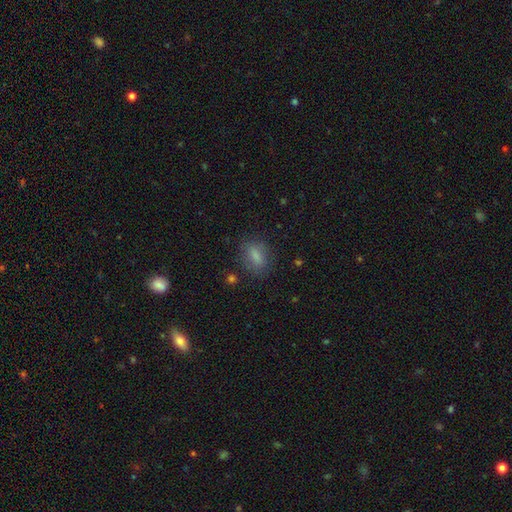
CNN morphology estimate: This is likely a smooth galaxy (79%). How rounded: likely in between (75%). Merging: likely none (77%).